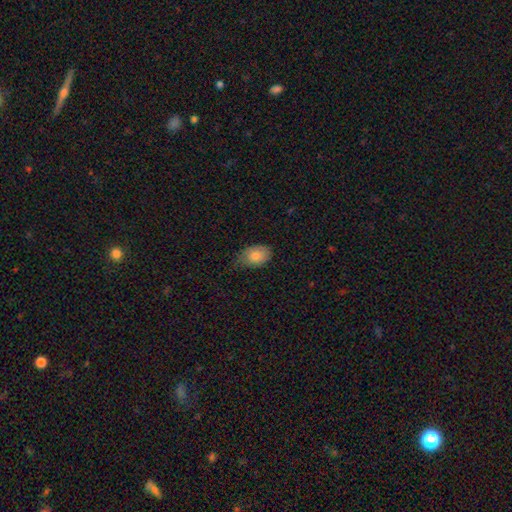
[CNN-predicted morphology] A smooth galaxy with no disk features (80%) that is in between round and cigar-shaped (83%).

Vote fractions:
- Smooth or featured? smooth: 80% / featured or disk: 13% / star or artifact: 8%
- How rounded? in between: 83% / round: 16% / cigar-shaped: 1%
- Merging? none: 53% / minor disturbance: 37% / major disturbance: 9% / merger: 1%